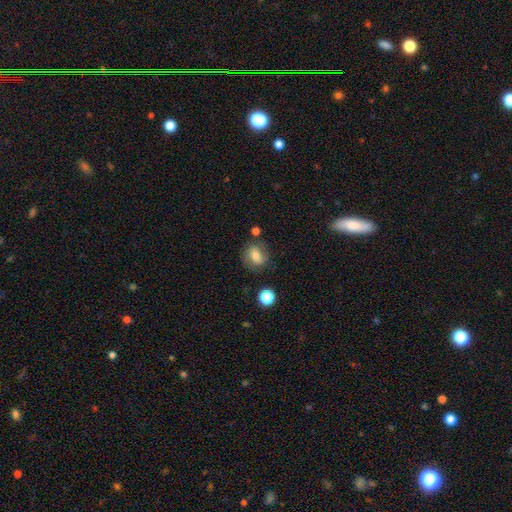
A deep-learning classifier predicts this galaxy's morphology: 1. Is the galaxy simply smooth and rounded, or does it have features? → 67% smooth, 22% featured or disk, 11% star or artifact.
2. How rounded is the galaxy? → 62% round, 36% in between, 2% cigar-shaped.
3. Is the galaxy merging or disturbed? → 73% none, 17% minor disturbance, 6% major disturbance, 5% merger.